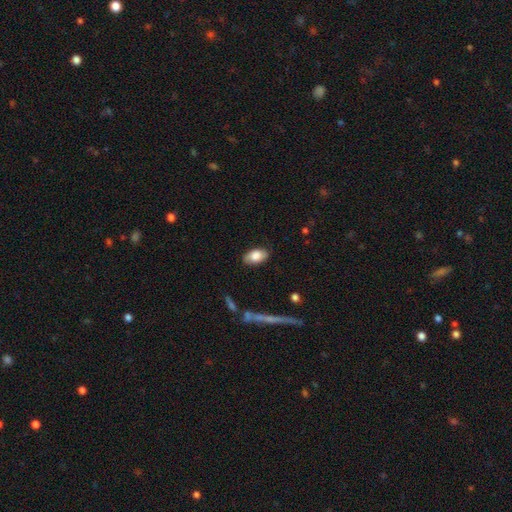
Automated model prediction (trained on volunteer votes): Smooth or featured? Predicted: smooth (p=0.80). How rounded? Predicted: in between (p=0.93). Merging? Predicted: none (p=0.82).